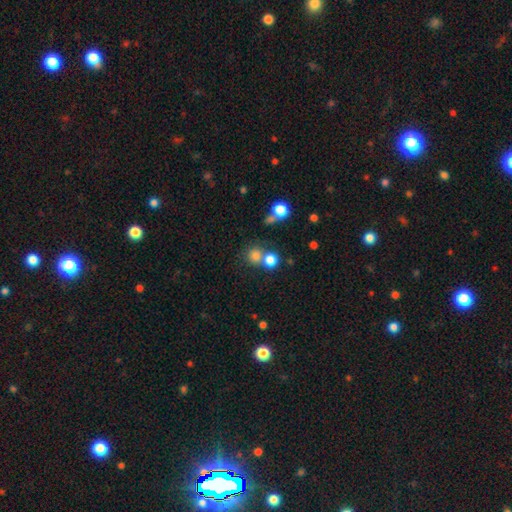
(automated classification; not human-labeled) smooth 76%, star or artifact 16%, featured or disk 8%. Down the decision tree: how rounded — round (90%); merging — none (59%).